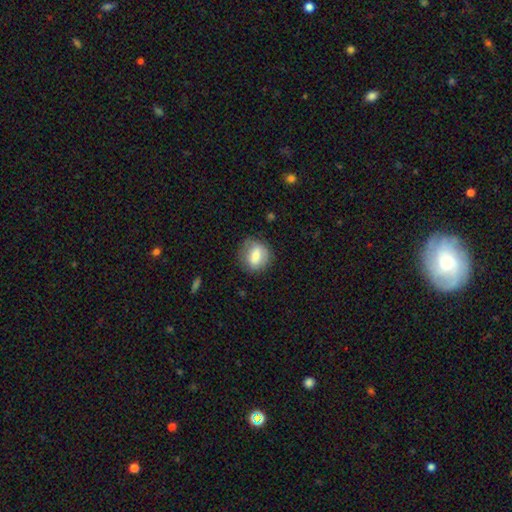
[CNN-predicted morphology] This appears to be a smooth galaxy with no disk features (72%) that is round (66%). Merging: none (74%).